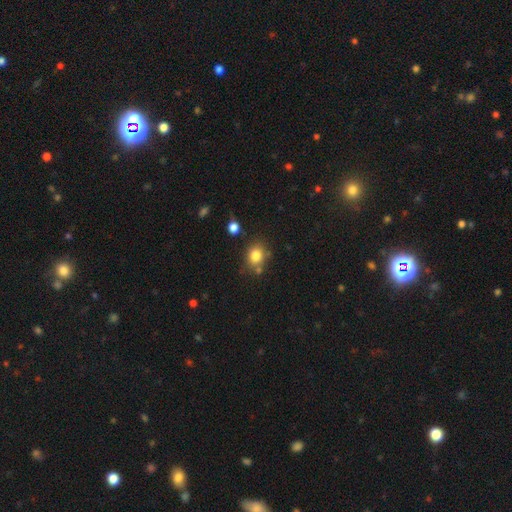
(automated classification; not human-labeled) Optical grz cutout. It shows a smooth galaxy with no disk features (81%) that is round (67%). Merging: none (71%).